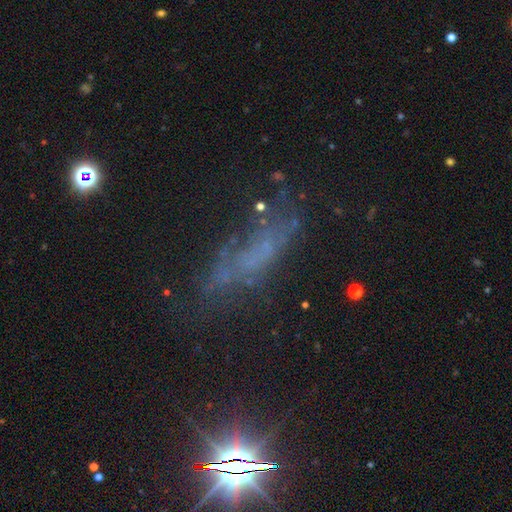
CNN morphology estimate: Smooth or featured? Predicted: featured or disk (p=0.39). Merging? Predicted: none (p=0.50).